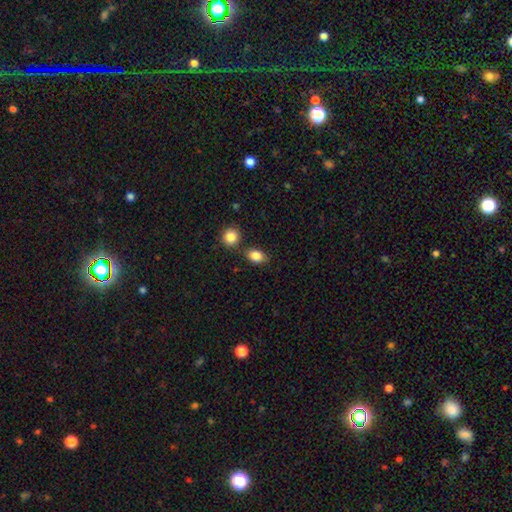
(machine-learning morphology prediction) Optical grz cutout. It shows a smooth galaxy with no disk features (86%) that is in between round and cigar-shaped (76%). Merging: none (72%).